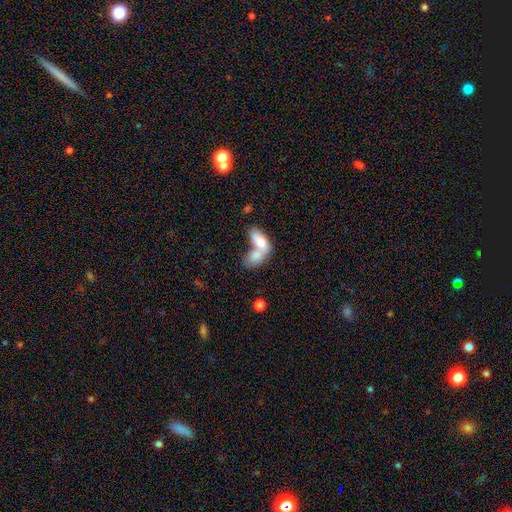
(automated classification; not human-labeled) A smooth galaxy with no disk features (75%) that is in between round and cigar-shaped (87%).

Vote fractions:
- Smooth or featured? smooth: 75% / featured or disk: 19% / star or artifact: 6%
- How rounded? in between: 87% / round: 7% / cigar-shaped: 6%
- Merging? merger: 76% / none: 14% / minor disturbance: 6% / major disturbance: 4%